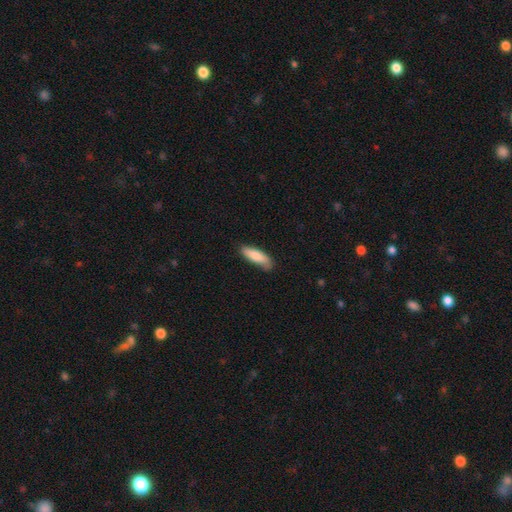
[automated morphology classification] Smooth or featured? Predicted: smooth (p=0.84). How rounded? Predicted: in between (p=0.50). Merging? Predicted: none (p=0.74).